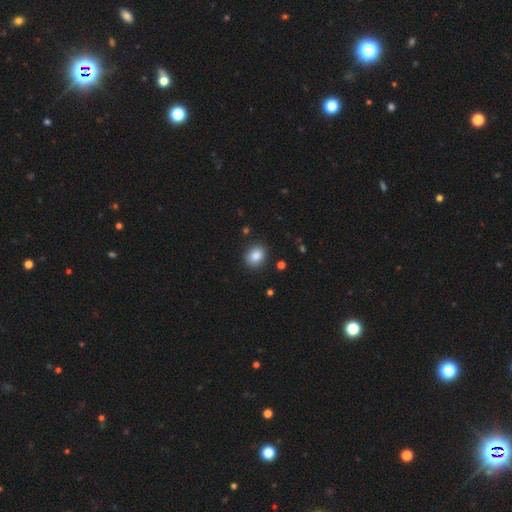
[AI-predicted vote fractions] Smooth or featured: smooth — 87% (star or artifact — 9%)
How rounded: round — 57% (in between — 42%)
Merging: none — 88% (minor disturbance — 8%)